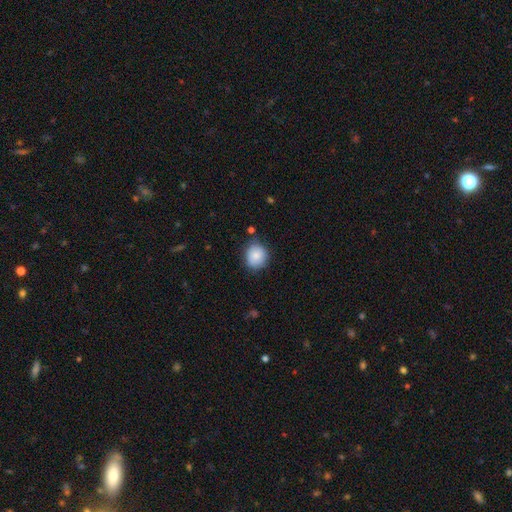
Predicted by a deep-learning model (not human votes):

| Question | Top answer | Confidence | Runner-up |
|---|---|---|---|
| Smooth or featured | smooth | 85% | star or artifact (8%) |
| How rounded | round | 71% | in between (29%) |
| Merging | none | 77% | minor disturbance (17%) |